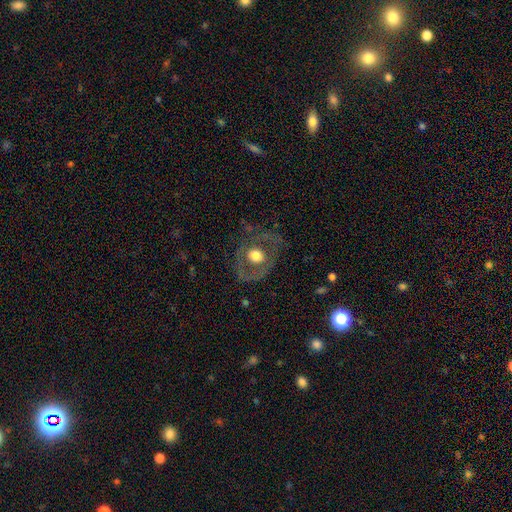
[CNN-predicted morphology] This appears to be a featured or disk galaxy (49%). Merging: none (71%).